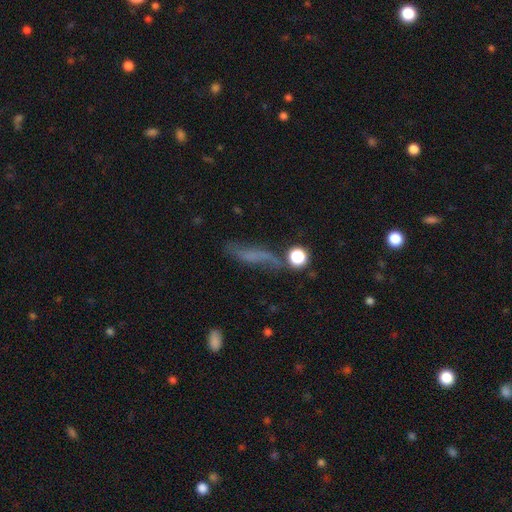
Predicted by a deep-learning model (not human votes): smooth_or_featured: smooth (p=0.42) [alt: featured or disk p=0.41]
merging: none (p=0.56) [alt: minor disturbance p=0.23]